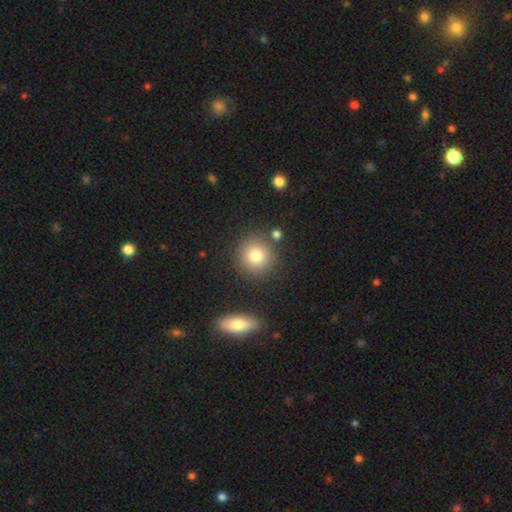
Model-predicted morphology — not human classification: A smooth galaxy with no disk features (80%) that is round (92%).

Vote fractions:
- Smooth or featured? smooth: 80% / star or artifact: 11% / featured or disk: 9%
- How rounded? round: 92% / in between: 7% / cigar-shaped: 1%
- Merging? none: 82% / minor disturbance: 8% / merger: 7% / major disturbance: 3%